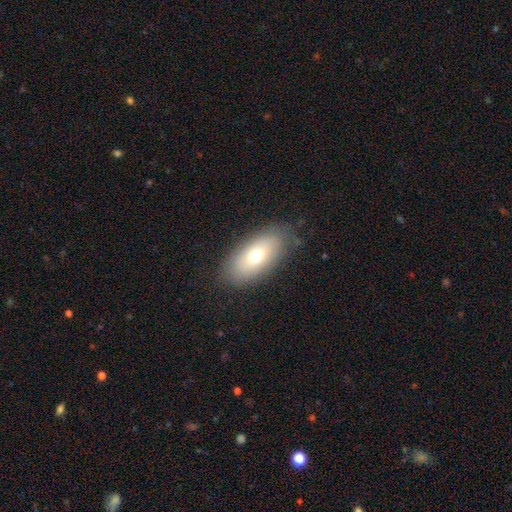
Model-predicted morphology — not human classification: Smooth or featured: smooth — 68% (featured or disk — 23%)
How rounded: in between — 89% (cigar-shaped — 6%)
Merging: none — 82% (minor disturbance — 12%)